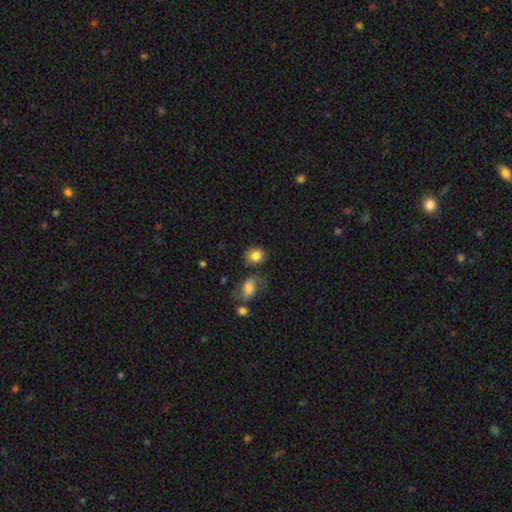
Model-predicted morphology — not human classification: Smooth or featured? Predicted: smooth (p=0.84). How rounded? Predicted: round (p=0.72). Merging? Predicted: none (p=0.74).